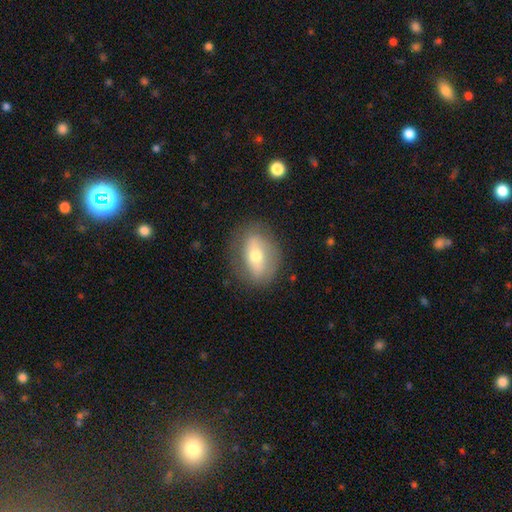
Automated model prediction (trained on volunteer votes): Overall: smooth (51%; featured or disk 42%). How rounded: in between (73%). Merging: none (77%).